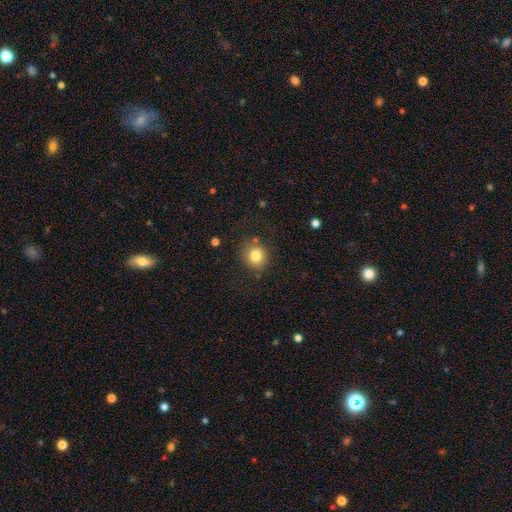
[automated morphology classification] Smooth or featured?
  - smooth: 81% *
  - star or artifact: 11%
  - featured or disk: 8%
How rounded?
  - round: 85% *
  - in between: 15%
  - cigar-shaped: 1%
Merging?
  - none: 83% *
  - minor disturbance: 11%
  - major disturbance: 4%
  - merger: 3%